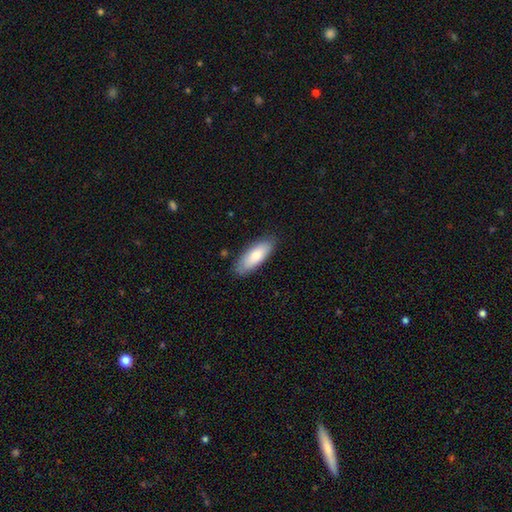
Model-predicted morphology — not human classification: Q: Smooth or featured?
A: smooth (76%); runner-up: featured or disk (18%)
Q: How rounded?
A: in between (75%); runner-up: cigar-shaped (24%)
Q: Merging?
A: none (84%); runner-up: minor disturbance (12%)